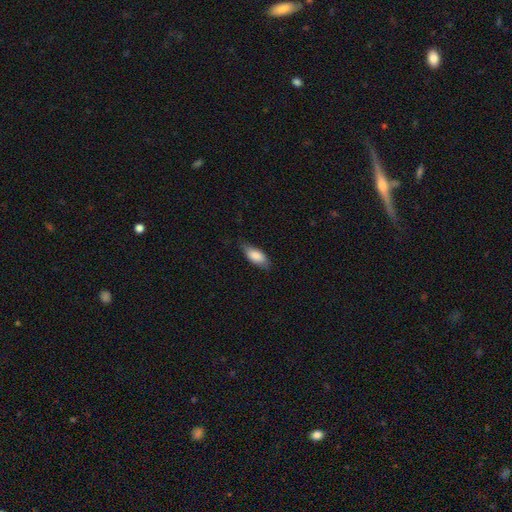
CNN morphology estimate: Overall: smooth (83%). How rounded: in between (86%). Merging: none (68%).